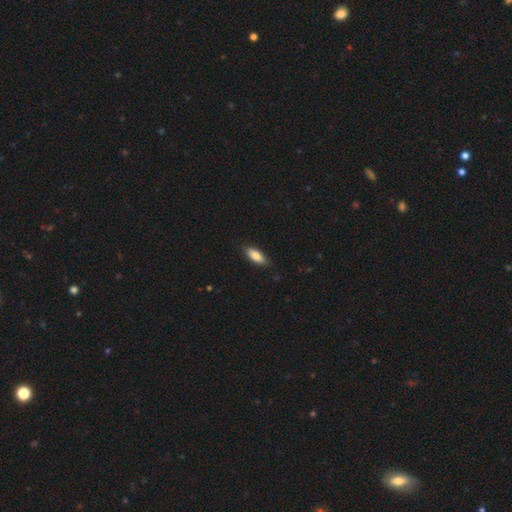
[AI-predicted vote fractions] smooth-or-featured: smooth: 82% | featured or disk: 12% | star or artifact: 6%
  how-rounded: in between: 77% | cigar-shaped: 21% | round: 2%
  merging: none: 85% | minor disturbance: 12% | major disturbance: 2% | merger: 1%